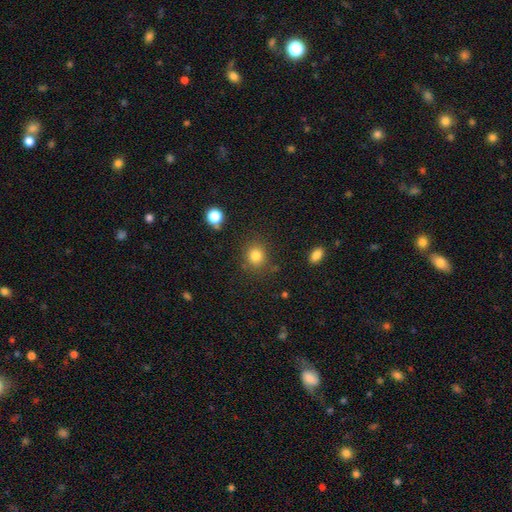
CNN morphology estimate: Smooth or featured? smooth (83%)
How rounded? round (81%)
Merging? none (81%)